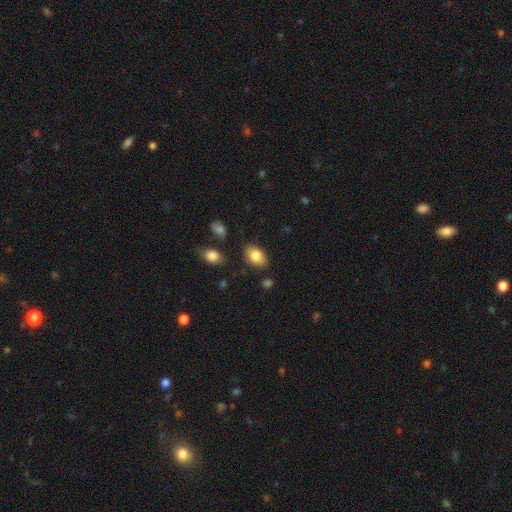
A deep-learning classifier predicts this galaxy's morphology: Smooth or featured? Predicted: smooth (p=0.83). How rounded? Predicted: in between (p=0.88). Merging? Predicted: none (p=0.83).